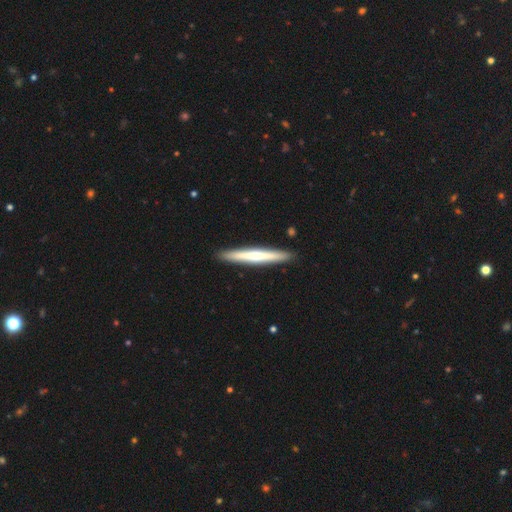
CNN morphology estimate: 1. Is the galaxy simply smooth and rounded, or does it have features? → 48% smooth, 47% featured or disk, 5% star or artifact.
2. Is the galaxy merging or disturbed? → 92% none, 6% minor disturbance, 1% major disturbance, 1% merger.